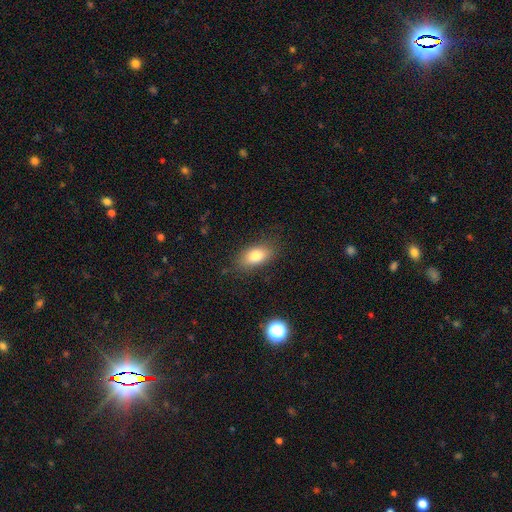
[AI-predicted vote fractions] This appears to be a smooth galaxy with no disk features (80%) that is in between round and cigar-shaped (87%). Merging: none (80%).